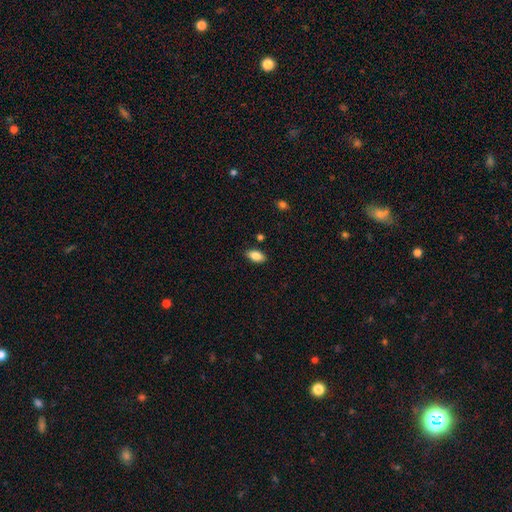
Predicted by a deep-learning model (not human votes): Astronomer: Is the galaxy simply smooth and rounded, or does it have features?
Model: smooth — 84%.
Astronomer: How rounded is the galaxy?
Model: in between — 92%.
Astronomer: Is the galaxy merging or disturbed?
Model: none — 87%.